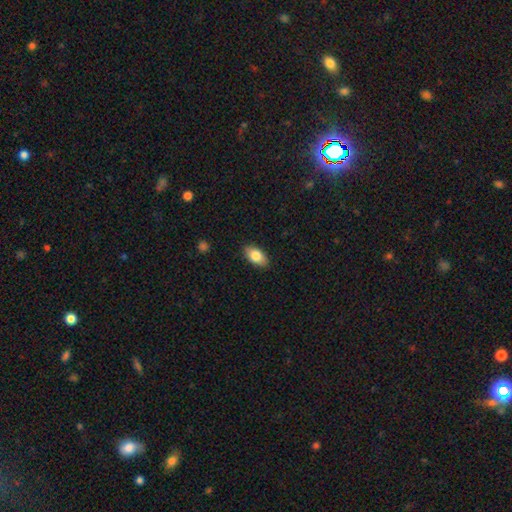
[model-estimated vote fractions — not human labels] Q: Smooth or featured?
A: smooth (82%); runner-up: featured or disk (12%)
Q: How rounded?
A: in between (92%); runner-up: round (4%)
Q: Merging?
A: none (88%); runner-up: minor disturbance (9%)